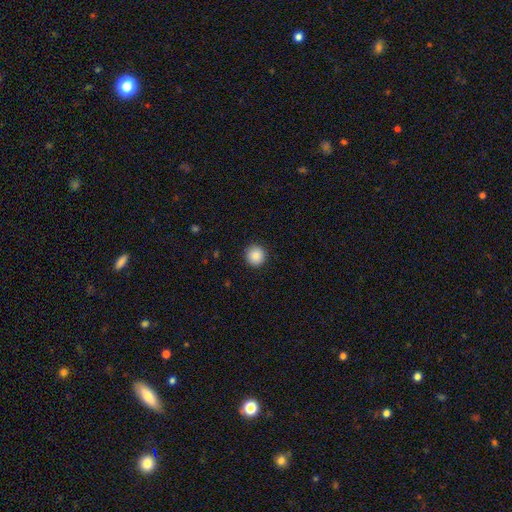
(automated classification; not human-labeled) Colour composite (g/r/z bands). It shows a smooth galaxy with no disk features (87%) that is round (95%). Merging: none (92%).